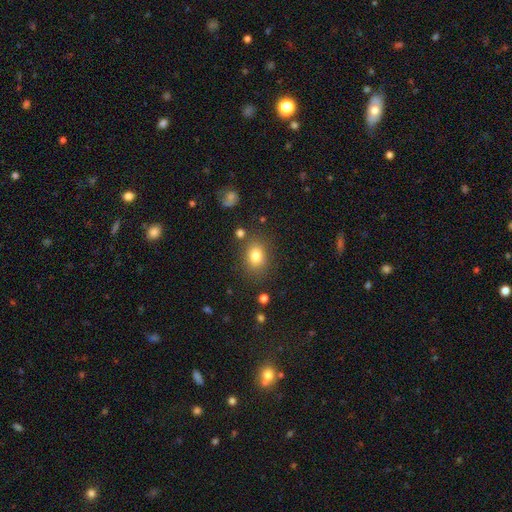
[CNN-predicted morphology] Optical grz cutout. It shows a smooth galaxy with no disk features (80%) that is in between round and cigar-shaped (62%). Merging: none (79%).